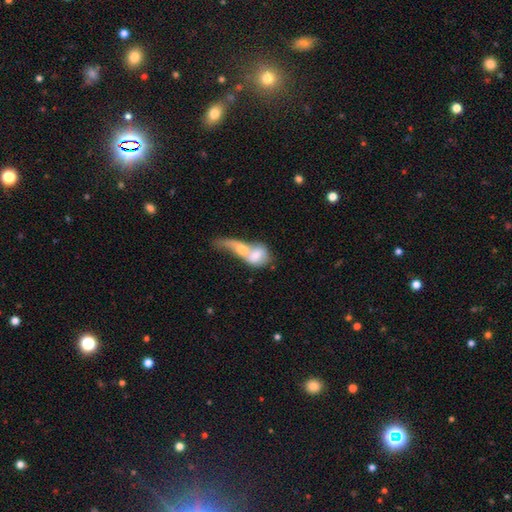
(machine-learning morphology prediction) This appears to be a smooth galaxy with no disk features (59%) that is in between round and cigar-shaped (62%). Merging: merger (78%).